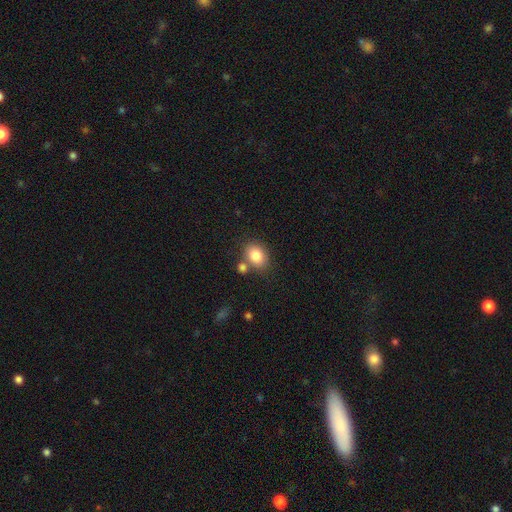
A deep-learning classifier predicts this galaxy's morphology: smooth 83%, star or artifact 9%, featured or disk 8%. Down the decision tree: how rounded — in between (64%); merging — none (66%).